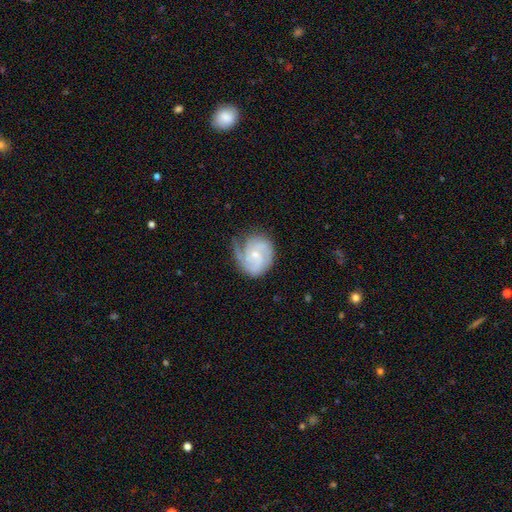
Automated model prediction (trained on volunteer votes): Smooth or featured: featured or disk — 82% (smooth — 12%)
Edge-on disk: no — 98% (yes — 2%)
Bar: no — 64% (weak — 32%)
Spiral arms: yes — 96% (no — 4%)
Spiral winding: tight — 53% (medium — 38%)
Spiral arm count: 3 — 35% (2 — 31%)
Bulge size: small — 63% (moderate — 32%)
Merging: none — 64% (minor disturbance — 24%)